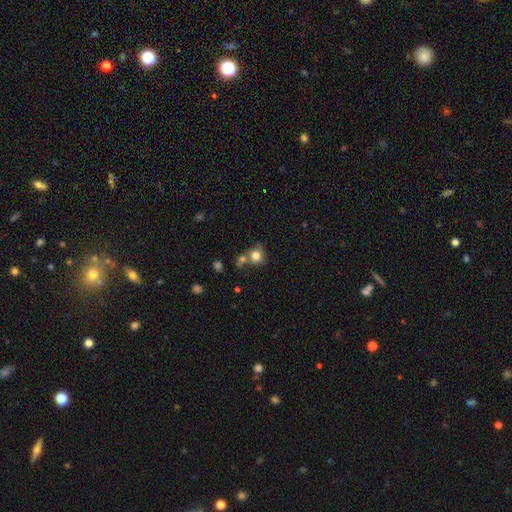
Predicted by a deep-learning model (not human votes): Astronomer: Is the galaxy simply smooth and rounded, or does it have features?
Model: smooth — 80%.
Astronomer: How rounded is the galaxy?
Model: round — 84%.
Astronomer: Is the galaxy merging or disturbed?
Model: none — 53% (runner-up: merger, 28%).